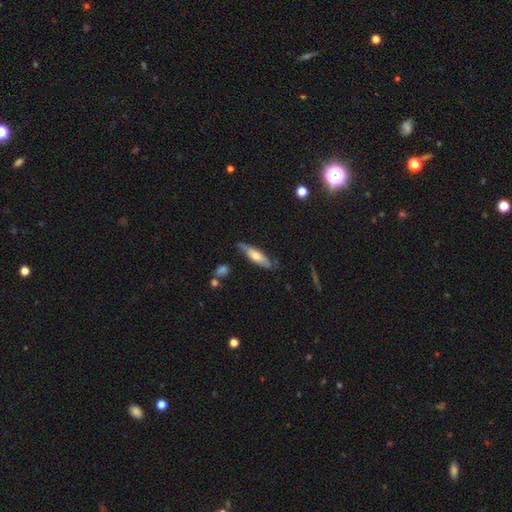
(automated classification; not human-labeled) Smooth or featured? Predicted: smooth (p=0.51). How rounded? Predicted: cigar-shaped (p=0.61). Merging? Predicted: none (p=0.72).